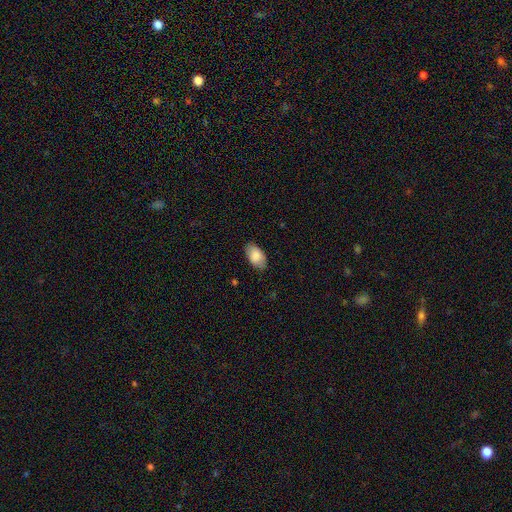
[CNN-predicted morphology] A smooth galaxy with no disk features (86%) that is in between round and cigar-shaped (94%). Merging: none (83%).